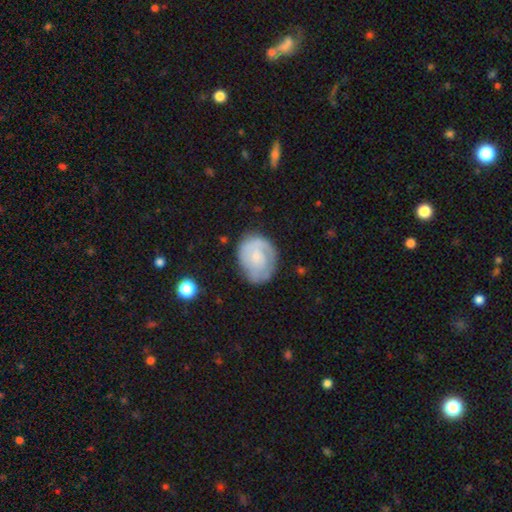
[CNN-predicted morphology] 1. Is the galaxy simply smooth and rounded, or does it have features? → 56% featured or disk, 38% smooth, 6% star or artifact.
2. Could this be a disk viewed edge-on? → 97% no, 3% yes.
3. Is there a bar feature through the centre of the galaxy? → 72% no, 24% weak, 4% strong.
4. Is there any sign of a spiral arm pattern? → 80% yes, 20% no.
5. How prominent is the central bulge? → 60% small, 27% moderate, 9% none, 3% large, 1% dominant.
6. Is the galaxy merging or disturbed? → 68% none, 22% minor disturbance, 8% major disturbance, 2% merger.